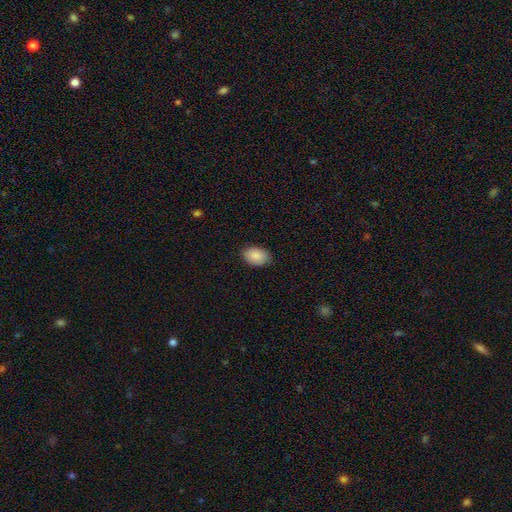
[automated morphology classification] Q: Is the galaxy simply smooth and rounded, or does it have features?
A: smooth — 89%.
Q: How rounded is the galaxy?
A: in between — 87%.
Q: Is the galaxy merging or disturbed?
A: none — 86%.